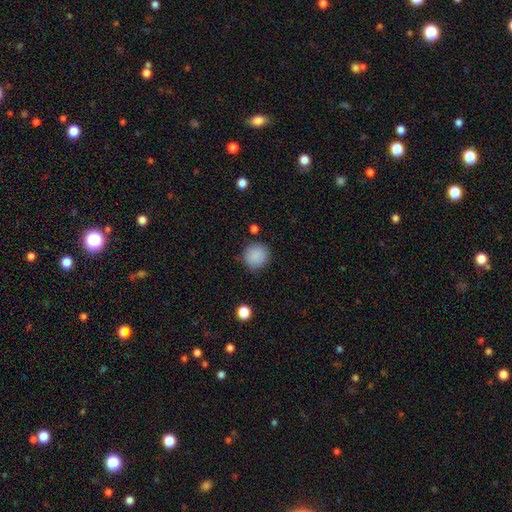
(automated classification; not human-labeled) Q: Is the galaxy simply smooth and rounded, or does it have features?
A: smooth — 87%.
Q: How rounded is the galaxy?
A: round — 89%.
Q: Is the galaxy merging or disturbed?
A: none — 81%.